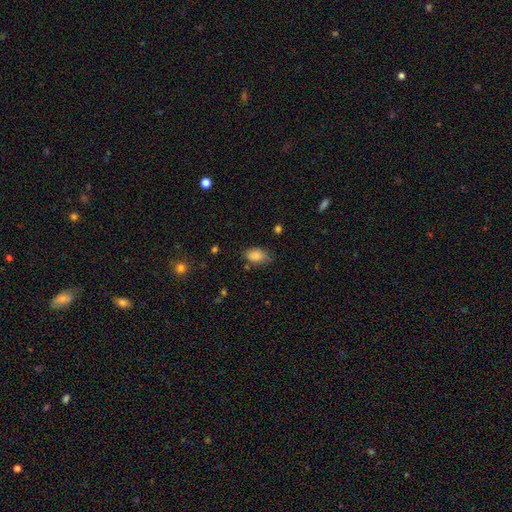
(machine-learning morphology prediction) A smooth galaxy with no disk features (85%) that is in between round and cigar-shaped (90%).

Vote fractions:
- Smooth or featured? smooth: 85% / star or artifact: 8% / featured or disk: 7%
- How rounded? in between: 90% / round: 8% / cigar-shaped: 2%
- Merging? none: 65% / minor disturbance: 28% / major disturbance: 5% / merger: 2%